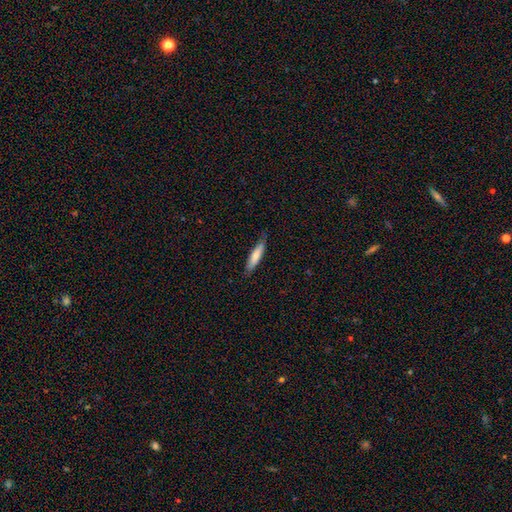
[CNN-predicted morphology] A smooth galaxy with no disk features (75%) that is cigar-shaped (78%). Merging: none (78%).